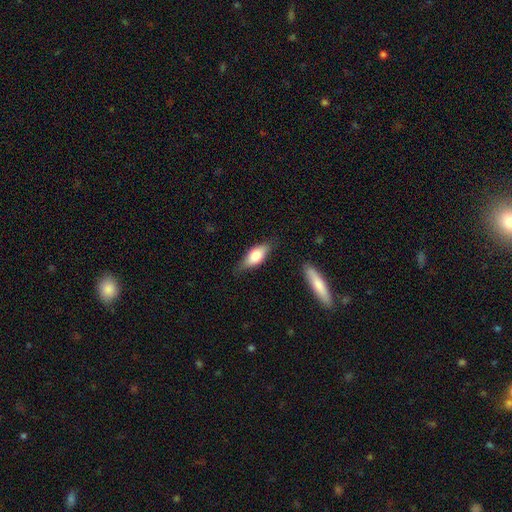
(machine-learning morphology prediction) Smooth or featured?
  - smooth: 70% *
  - featured or disk: 24%
  - star or artifact: 6%
How rounded?
  - in between: 76% *
  - cigar-shaped: 21%
  - round: 3%
Merging?
  - none: 74% *
  - minor disturbance: 20%
  - major disturbance: 4%
  - merger: 2%